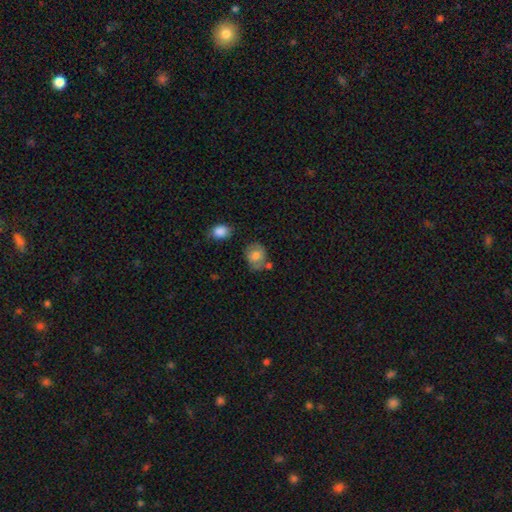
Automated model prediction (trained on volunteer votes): smooth 73%, featured or disk 19%, star or artifact 8%. Down the decision tree: how rounded — round (63%); merging — none (61%).